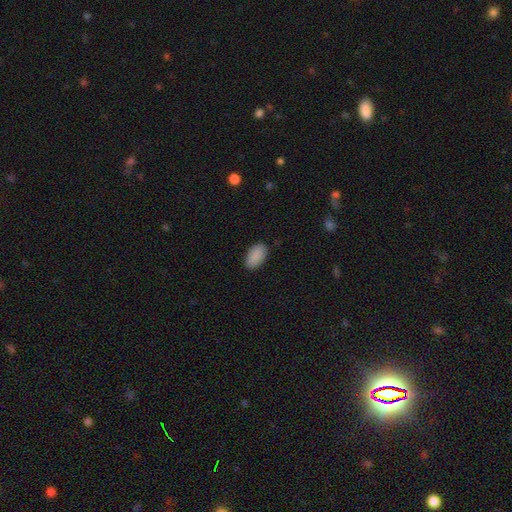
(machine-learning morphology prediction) This is clearly a smooth galaxy (90%). How rounded: clearly in between (94%). Merging: clearly none (87%).